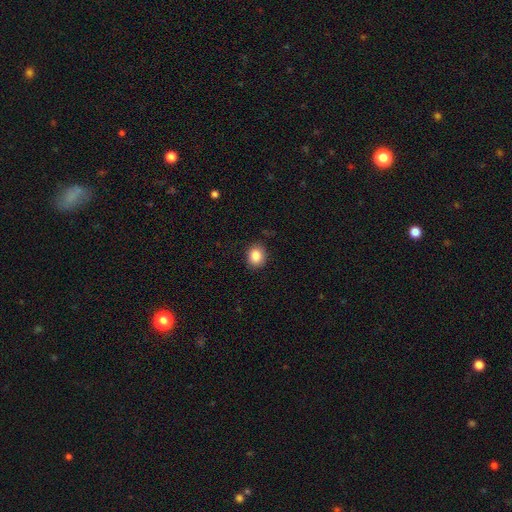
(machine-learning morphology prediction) Smooth or featured: smooth — 88% (star or artifact — 9%)
How rounded: round — 61% (in between — 38%)
Merging: none — 86% (minor disturbance — 10%)